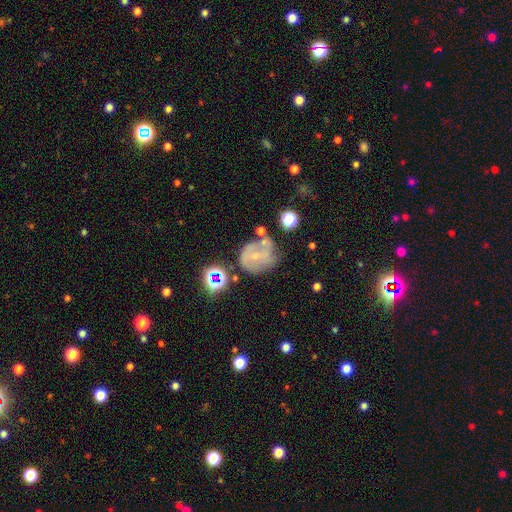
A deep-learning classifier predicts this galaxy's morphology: A featured or disk galaxy (59%) with no bar (52%), spiral arms (77%) and a small central bulge (77%). Merging: none (56%).